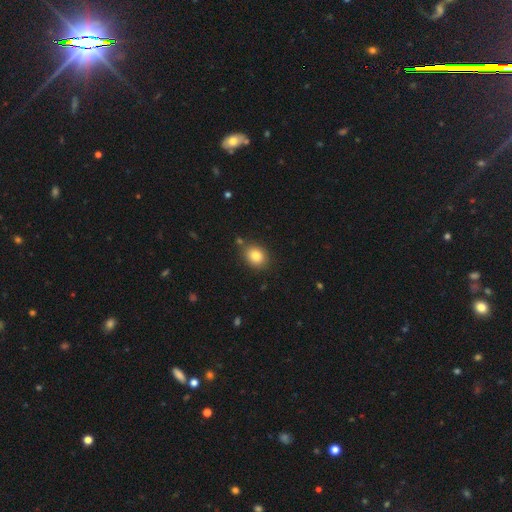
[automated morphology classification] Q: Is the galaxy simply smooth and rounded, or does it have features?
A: smooth — 84%.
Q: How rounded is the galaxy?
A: round — 52%.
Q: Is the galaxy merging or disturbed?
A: none — 80%.